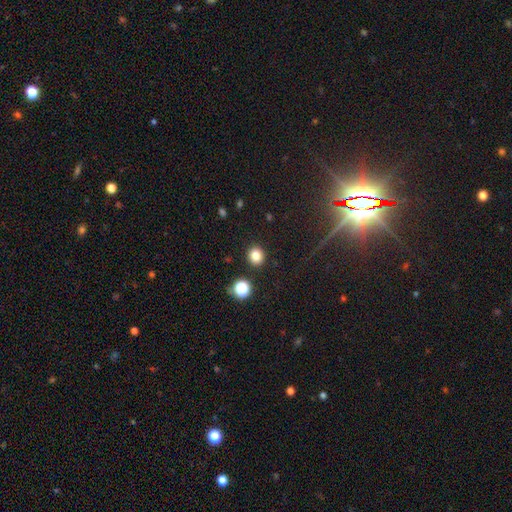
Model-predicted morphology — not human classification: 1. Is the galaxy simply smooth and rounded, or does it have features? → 82% smooth, 13% star or artifact, 5% featured or disk.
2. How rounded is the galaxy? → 83% round, 16% in between, 1% cigar-shaped.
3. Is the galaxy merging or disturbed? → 89% none, 6% minor disturbance, 3% merger, 2% major disturbance.